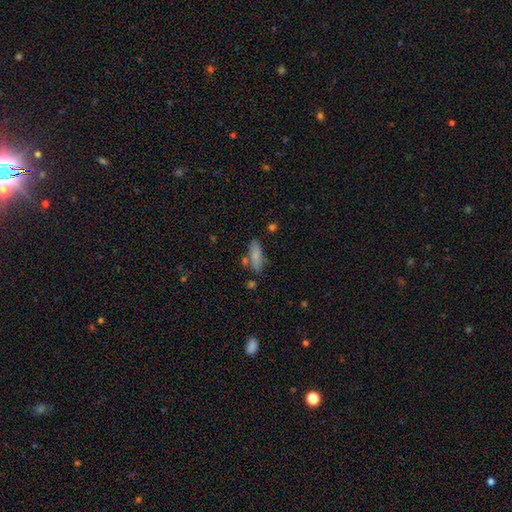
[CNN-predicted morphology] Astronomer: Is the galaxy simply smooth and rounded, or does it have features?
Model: smooth — 80%.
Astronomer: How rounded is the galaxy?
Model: in between — 65%.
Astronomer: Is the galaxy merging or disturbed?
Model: none — 70%.